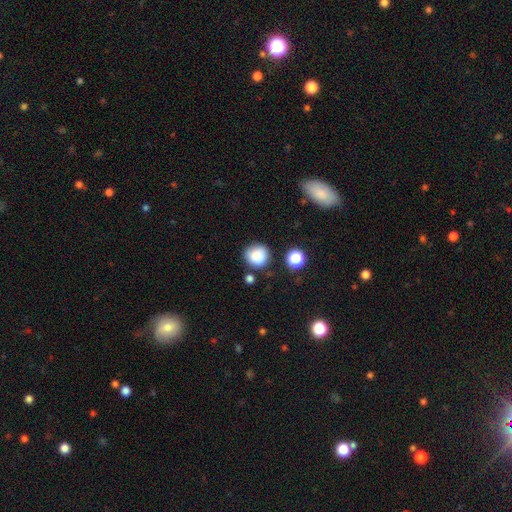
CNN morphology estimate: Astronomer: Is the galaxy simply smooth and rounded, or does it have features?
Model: smooth — 83%.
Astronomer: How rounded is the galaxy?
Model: round — 90%.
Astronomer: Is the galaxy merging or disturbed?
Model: none — 77%.